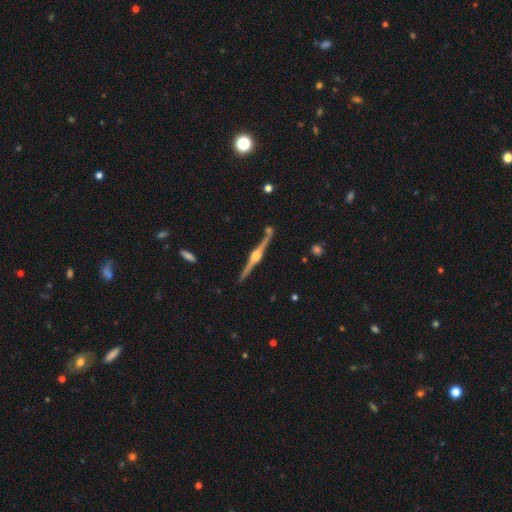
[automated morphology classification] This appears to be a featured or disk galaxy (90%) viewed edge-on (98%) with a rounded central bulge (92%). Merging: none (85%).